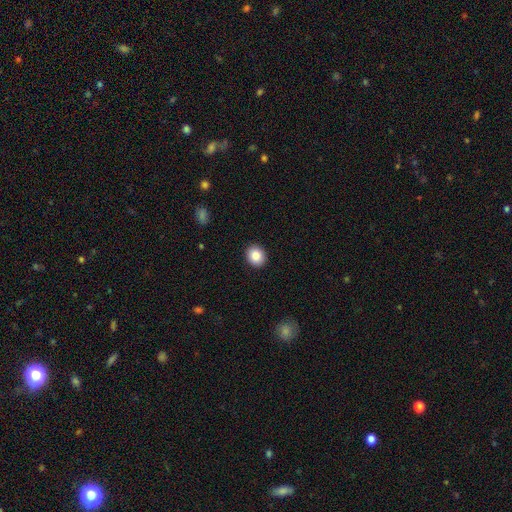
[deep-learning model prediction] Morphology: type=smooth (87%); roundness=round (69%); merging=none (92%).